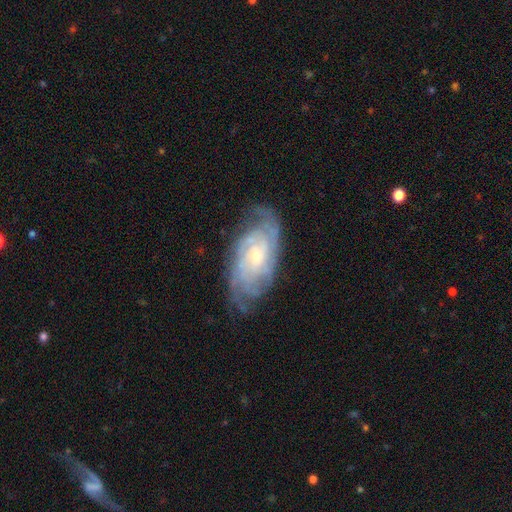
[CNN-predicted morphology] The model was most divided on "spiral arm count": can't tell: 41%, 2: 16%, 4: 15%, 3: 14%, more than 4: 8%, 1: 6%. More confident: spiral arms — yes (96%); edge-on disk — no (94%); smooth or featured — featured or disk (84%); merging — none (73%); spiral winding — tight (68%); bar — no (65%); bulge size — small (59%).